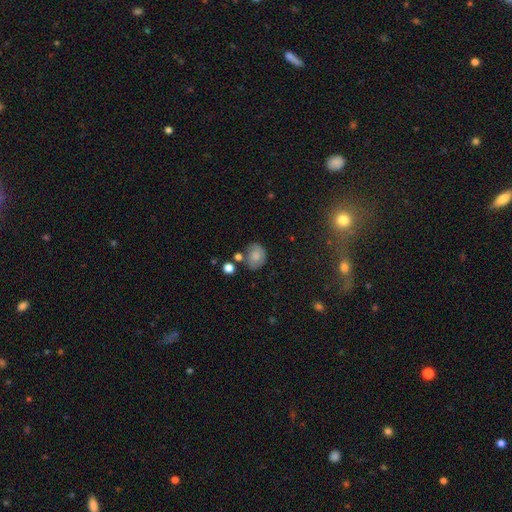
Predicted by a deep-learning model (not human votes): The model was most divided on "how rounded": round: 56%, in between: 43%, cigar-shaped: 1%. More confident: smooth or featured — smooth (78%); merging — none (62%).